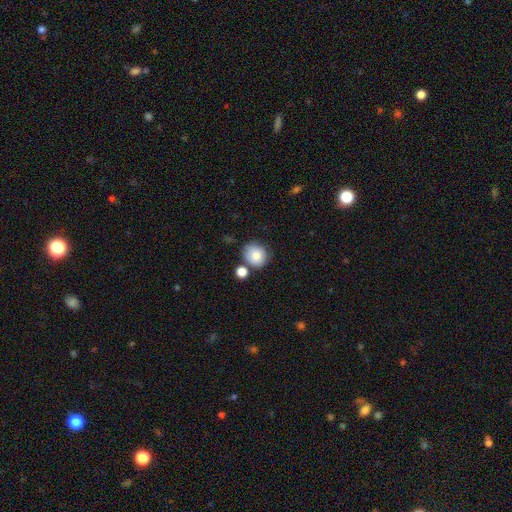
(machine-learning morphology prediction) Smooth or featured?
  - smooth: 83% *
  - featured or disk: 9%
  - star or artifact: 9%
How rounded?
  - round: 79% *
  - in between: 20%
  - cigar-shaped: 1%
Merging?
  - none: 69% *
  - merger: 14%
  - minor disturbance: 13%
  - major disturbance: 4%